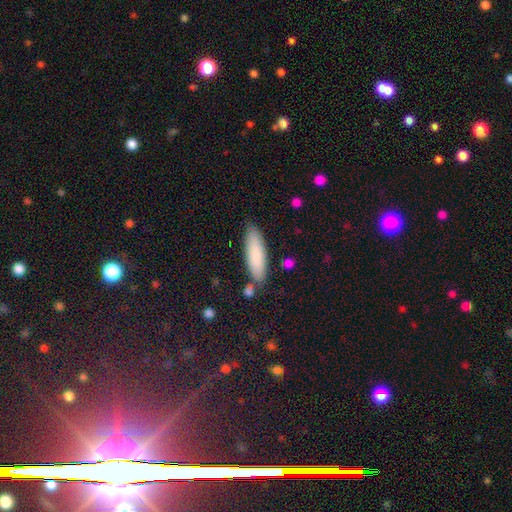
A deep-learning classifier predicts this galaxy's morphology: type=smooth (85%); roundness=cigar-shaped (59%); merging=none (80%).